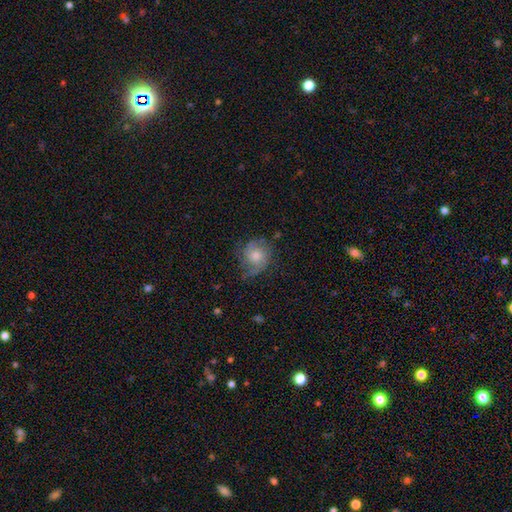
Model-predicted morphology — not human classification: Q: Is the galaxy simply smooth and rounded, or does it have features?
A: featured or disk — 47%.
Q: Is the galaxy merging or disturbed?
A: none — 54%.